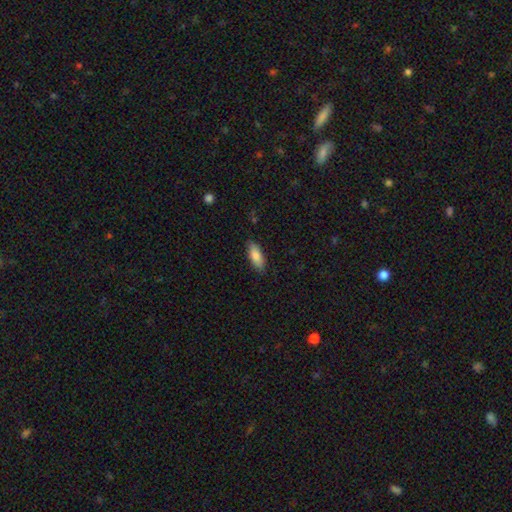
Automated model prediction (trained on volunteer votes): Morphology: type=smooth (83%); roundness=in between (77%); merging=none (86%).